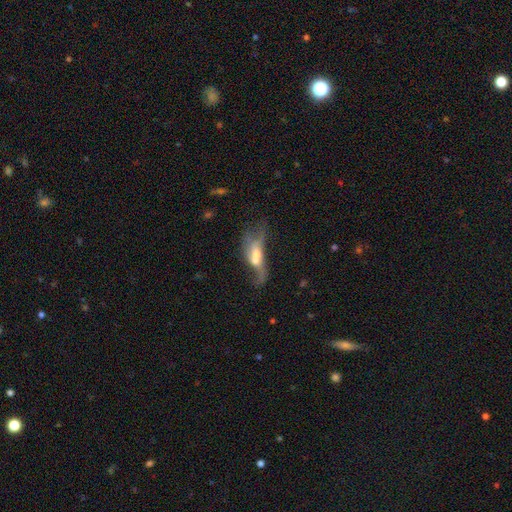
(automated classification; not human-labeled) A featured or disk galaxy (57%). Merging: merger (34%).